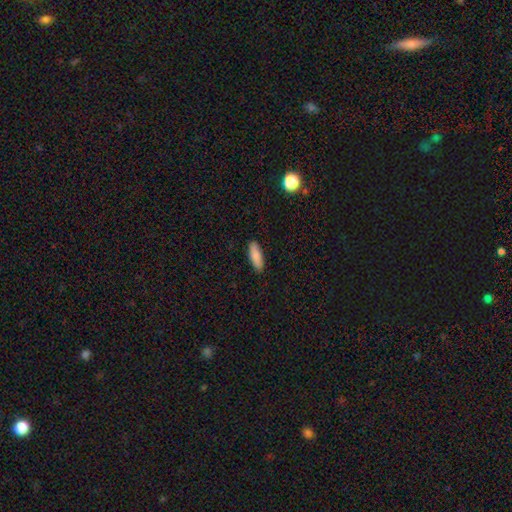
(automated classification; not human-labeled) This is clearly a smooth galaxy (87%). How rounded: possibly in between (55%). Merging: clearly none (89%).